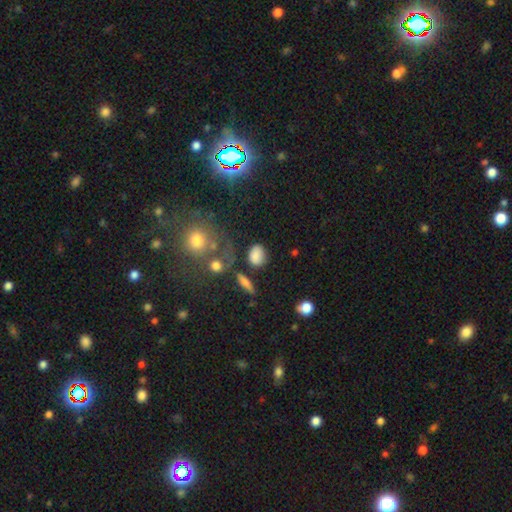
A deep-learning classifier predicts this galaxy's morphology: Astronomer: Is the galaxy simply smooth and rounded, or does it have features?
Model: smooth — 82%.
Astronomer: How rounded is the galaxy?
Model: in between — 60% (runner-up: round, 37%).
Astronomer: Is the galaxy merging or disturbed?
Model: none — 70%.